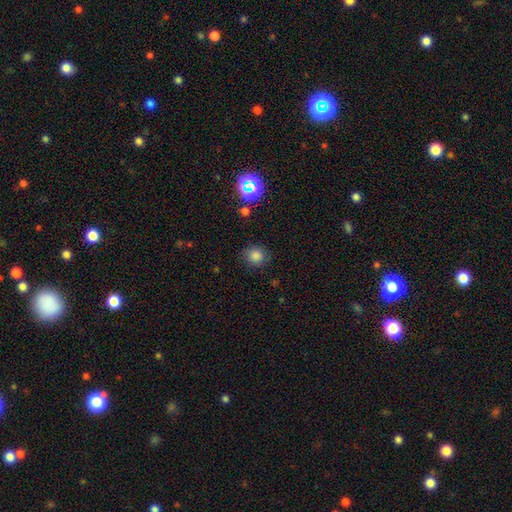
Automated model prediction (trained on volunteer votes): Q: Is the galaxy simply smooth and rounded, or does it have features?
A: smooth — 80%.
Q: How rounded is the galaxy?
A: round — 87%.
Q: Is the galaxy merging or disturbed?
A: none — 83%.